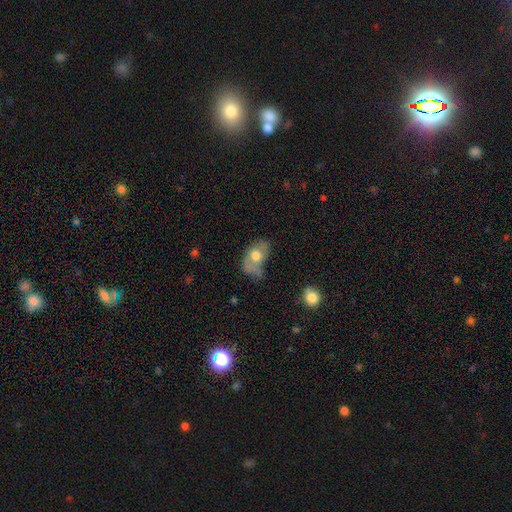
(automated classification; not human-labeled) Overall: smooth (57%; featured or disk 35%). How rounded: in between (85%). Merging: minor disturbance (34%; none 31%).